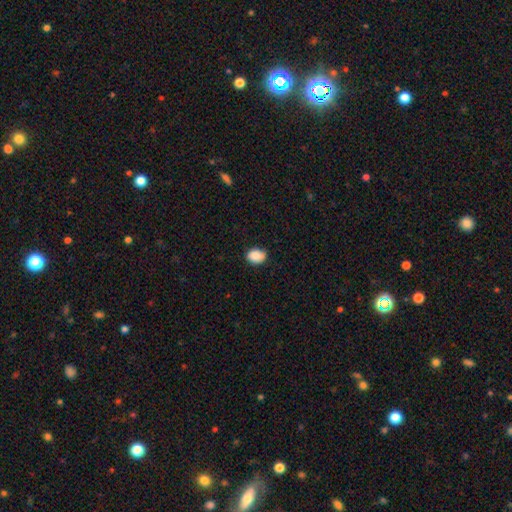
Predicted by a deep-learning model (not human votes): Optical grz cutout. It shows a smooth galaxy with no disk features (89%) that is in between round and cigar-shaped (61%). Merging: none (80%).